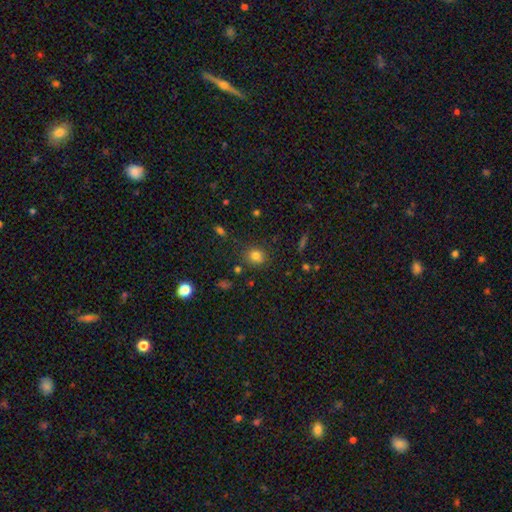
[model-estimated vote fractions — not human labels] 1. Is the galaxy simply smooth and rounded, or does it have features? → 79% smooth, 14% star or artifact, 7% featured or disk.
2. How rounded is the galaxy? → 72% round, 26% in between, 1% cigar-shaped.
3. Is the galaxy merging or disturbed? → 82% none, 12% minor disturbance, 3% major disturbance, 3% merger.